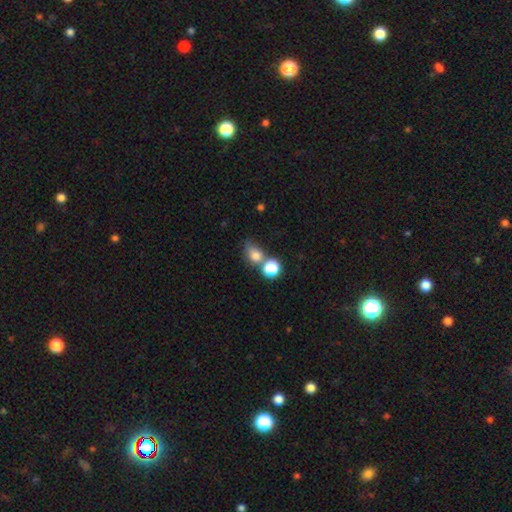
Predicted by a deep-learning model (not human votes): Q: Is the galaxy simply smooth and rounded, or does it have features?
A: smooth — 77%.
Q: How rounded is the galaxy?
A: in between — 49%, tied with round.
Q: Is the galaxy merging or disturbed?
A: none — 41%.